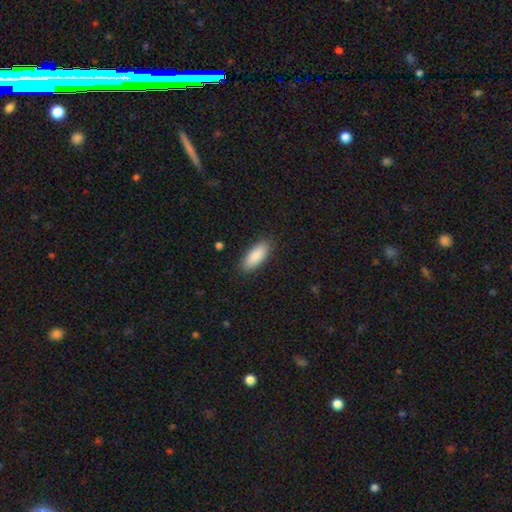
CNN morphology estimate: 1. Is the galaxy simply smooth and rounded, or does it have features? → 89% smooth, 6% star or artifact, 5% featured or disk.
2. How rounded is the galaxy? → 78% in between, 20% cigar-shaped, 2% round.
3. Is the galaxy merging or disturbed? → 88% none, 9% minor disturbance, 2% major disturbance, 1% merger.